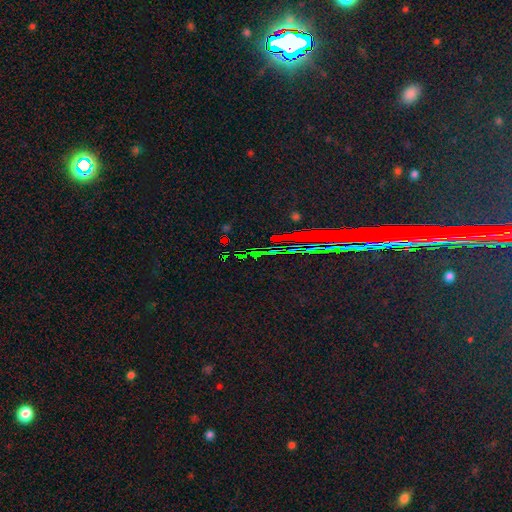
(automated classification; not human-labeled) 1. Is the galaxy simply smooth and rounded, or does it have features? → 80% star or artifact, 11% smooth, 9% featured or disk.